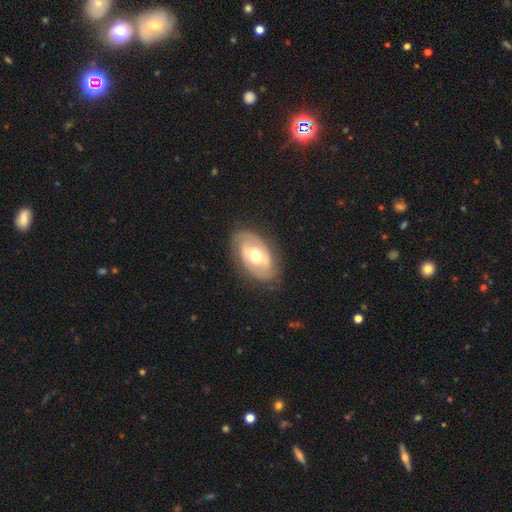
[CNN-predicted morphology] Q: Smooth or featured?
A: featured or disk (60%); runner-up: smooth (34%)
Q: Edge-on disk?
A: no (92%); runner-up: yes (8%)
Q: Bar?
A: no (56%); runner-up: weak (31%)
Q: Spiral arms?
A: yes (55%); runner-up: no (45%)
Q: Bulge size?
A: moderate (74%); runner-up: large (14%)
Q: Merging?
A: none (77%); runner-up: minor disturbance (16%)